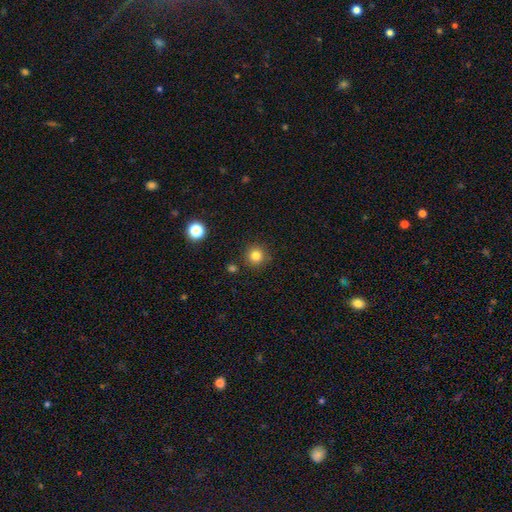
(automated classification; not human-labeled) smooth_or_featured: smooth (p=0.82) [alt: star or artifact p=0.12]
how_rounded: round (p=0.95) [alt: in between p=0.04]
merging: none (p=0.88) [alt: minor disturbance p=0.07]